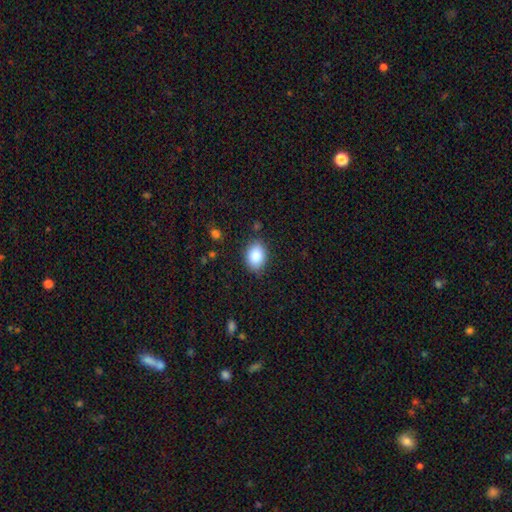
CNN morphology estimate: Overall: smooth (87%). How rounded: in between (79%). Merging: none (82%).